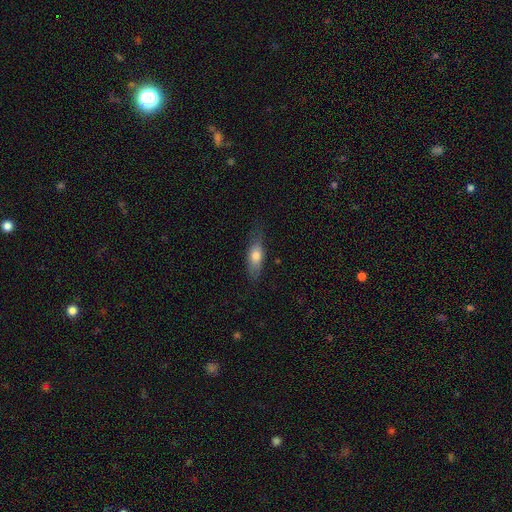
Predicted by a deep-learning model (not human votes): The model was most divided on "how rounded": in between: 65%, cigar-shaped: 31%, round: 4%. More confident: smooth or featured — smooth (69%); merging — none (68%).